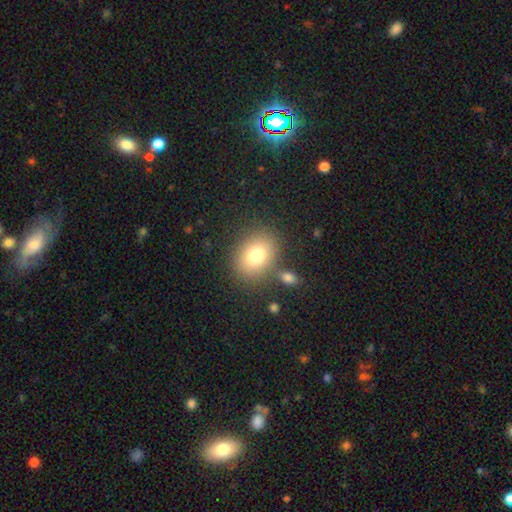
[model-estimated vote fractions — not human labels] Morphology: type=smooth (79%); roundness=in between (59%); merging=none (78%).